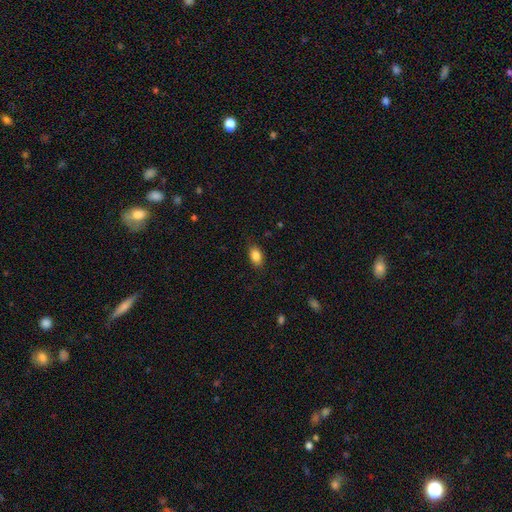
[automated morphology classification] A smooth galaxy with no disk features (86%) that is in between round and cigar-shaped (89%). Merging: none (85%).